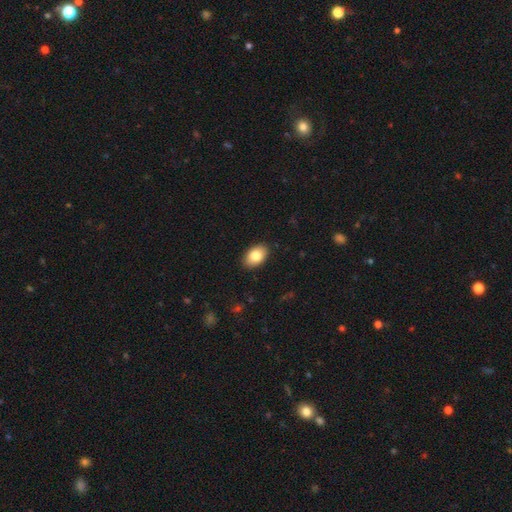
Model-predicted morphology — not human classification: smooth-or-featured: smooth: 82% | featured or disk: 11% | star or artifact: 7%
  how-rounded: in between: 90% | round: 9% | cigar-shaped: 1%
  merging: none: 89% | minor disturbance: 8% | major disturbance: 2% | merger: 1%